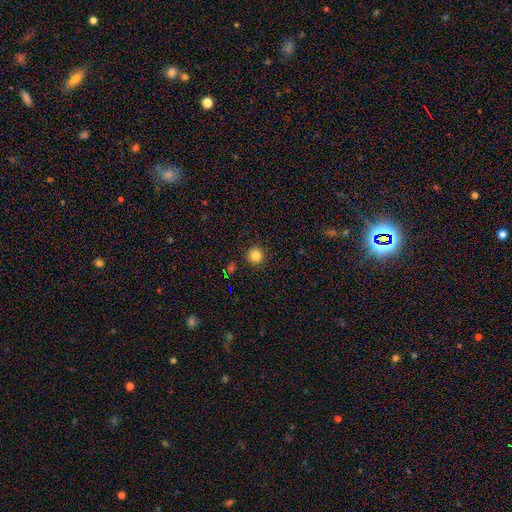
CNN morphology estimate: Smooth or featured? Predicted: smooth (p=0.82). How rounded? Predicted: round (p=0.95). Merging? Predicted: none (p=0.91).